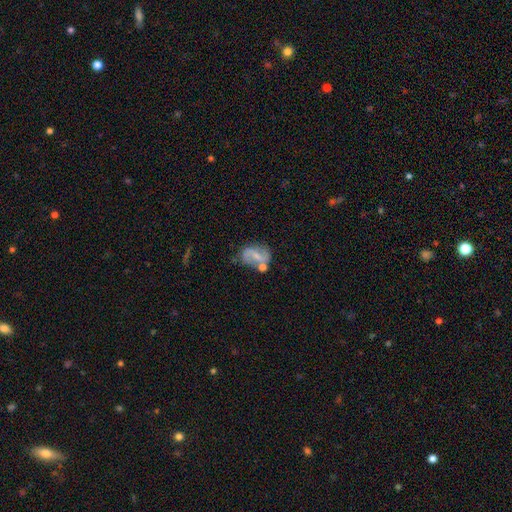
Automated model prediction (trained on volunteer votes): Q: Smooth or featured?
A: featured or disk (64%); runner-up: smooth (27%)
Q: Edge-on disk?
A: no (96%); runner-up: yes (4%)
Q: Bar?
A: weak (43%); runner-up: strong (32%)
Q: Spiral arms?
A: yes (80%); runner-up: no (20%)
Q: Bulge size?
A: small (57%); runner-up: moderate (29%)
Q: Merging?
A: none (50%); runner-up: minor disturbance (21%)